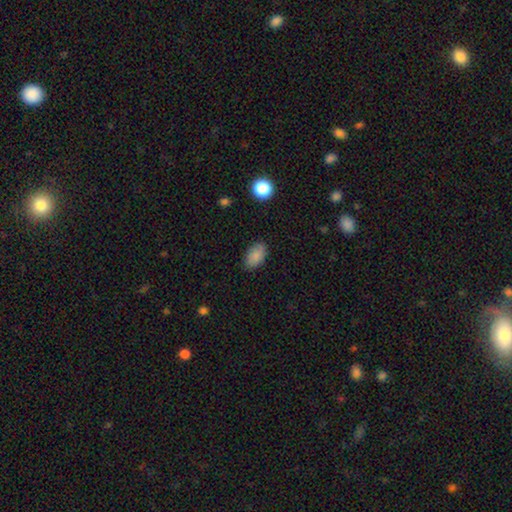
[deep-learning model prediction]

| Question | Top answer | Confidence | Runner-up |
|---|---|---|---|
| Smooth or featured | smooth | 87% | star or artifact (8%) |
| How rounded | in between | 92% | round (7%) |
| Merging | none | 84% | minor disturbance (12%) |